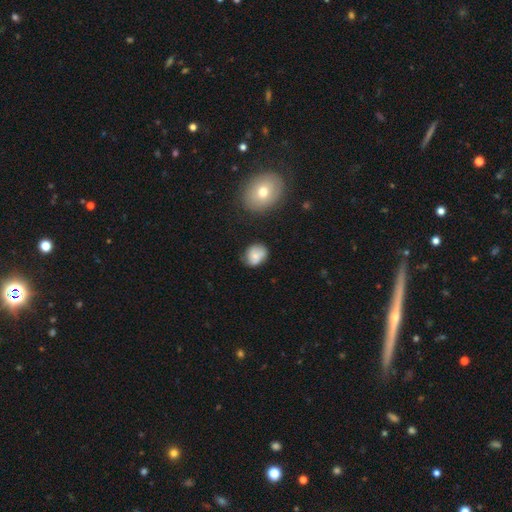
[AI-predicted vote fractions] A smooth galaxy with no disk features (70%) that is round (52%). Merging: none (61%).